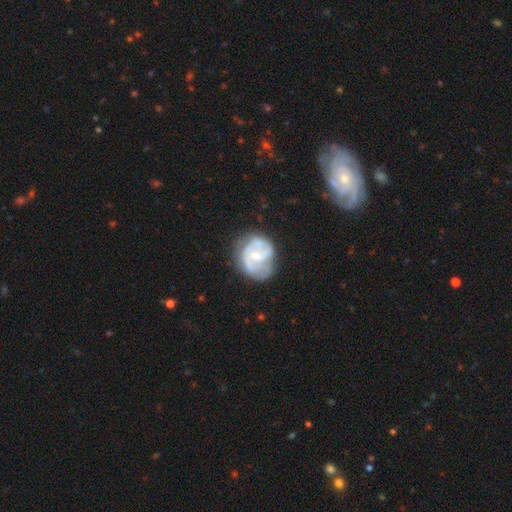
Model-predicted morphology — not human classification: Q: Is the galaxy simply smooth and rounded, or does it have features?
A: featured or disk — 76%.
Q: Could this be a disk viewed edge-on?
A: no — 98%.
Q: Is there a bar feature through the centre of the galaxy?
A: no — 53%.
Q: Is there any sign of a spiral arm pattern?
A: yes — 84%.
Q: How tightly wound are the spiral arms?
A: medium — 47%.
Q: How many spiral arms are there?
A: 2 — 55%.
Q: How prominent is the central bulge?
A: small — 58%.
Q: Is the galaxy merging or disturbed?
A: none — 54%.